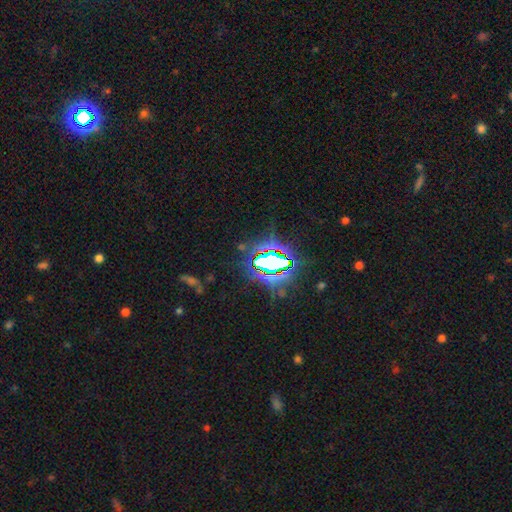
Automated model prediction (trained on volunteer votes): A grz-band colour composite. It shows a star or artifact, not a galaxy (82%).